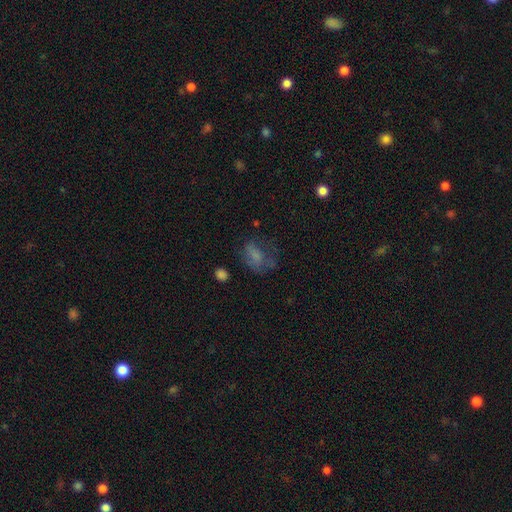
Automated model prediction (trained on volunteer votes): The model was most divided on "merging": none: 37%, major disturbance: 36%, minor disturbance: 24%, merger: 3%. More confident: how rounded — in between (69%); smooth or featured — smooth (59%).